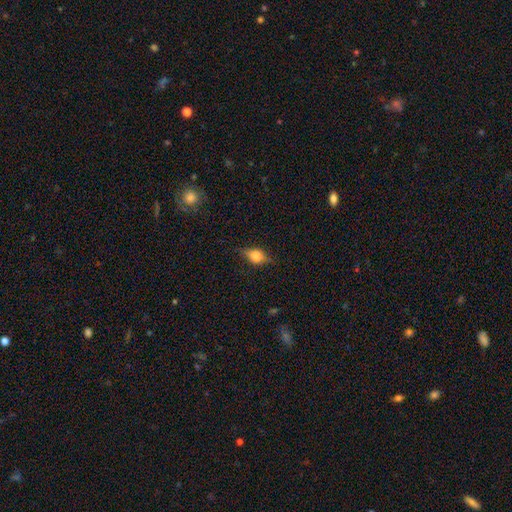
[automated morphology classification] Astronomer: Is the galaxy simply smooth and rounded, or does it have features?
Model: featured or disk — 46% (runner-up: smooth, 44%).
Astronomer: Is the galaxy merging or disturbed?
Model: none — 79%.